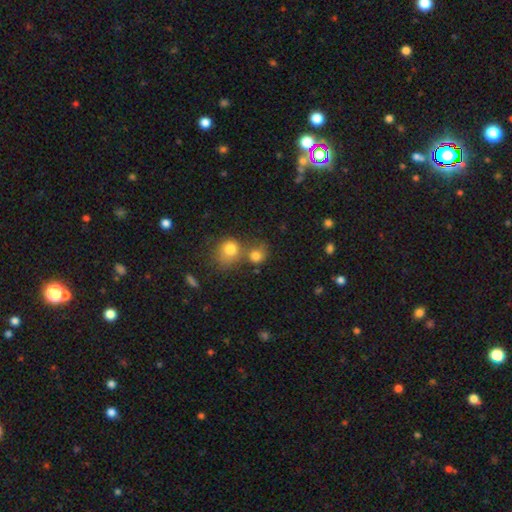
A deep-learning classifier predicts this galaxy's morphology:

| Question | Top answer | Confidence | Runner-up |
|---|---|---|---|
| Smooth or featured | smooth | 79% | star or artifact (12%) |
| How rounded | round | 76% | in between (23%) |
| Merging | merger | 49% | none (36%) |